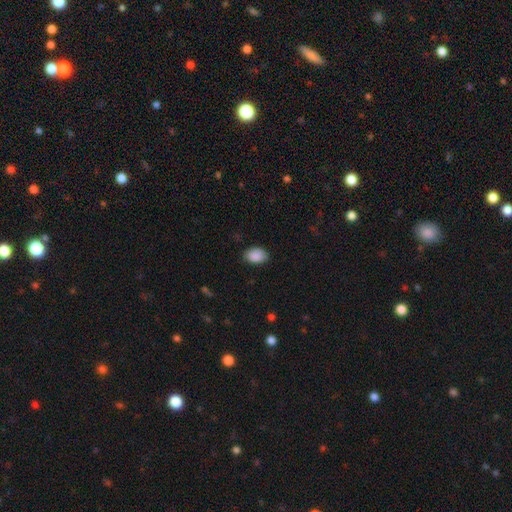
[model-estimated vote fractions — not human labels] Smooth or featured: smooth — 90% (star or artifact — 7%)
How rounded: in between — 85% (round — 14%)
Merging: none — 83% (minor disturbance — 13%)